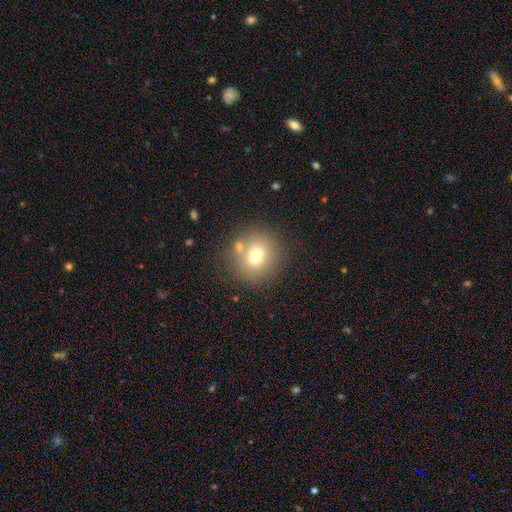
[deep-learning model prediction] A smooth galaxy with no disk features (71%) that is round (89%).

Vote fractions:
- Smooth or featured? smooth: 71% / featured or disk: 15% / star or artifact: 14%
- How rounded? round: 89% / in between: 10% / cigar-shaped: 1%
- Merging? none: 74% / minor disturbance: 11% / merger: 10% / major disturbance: 4%